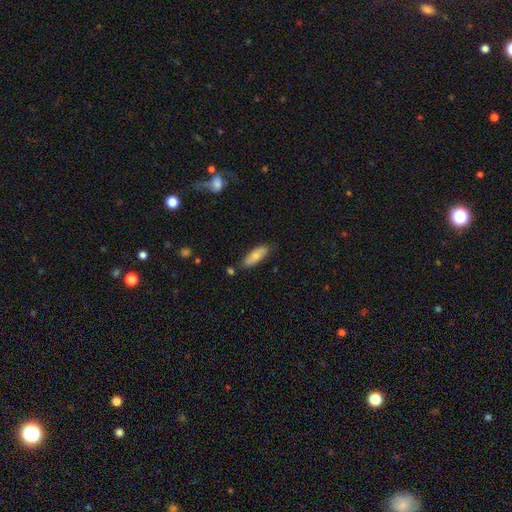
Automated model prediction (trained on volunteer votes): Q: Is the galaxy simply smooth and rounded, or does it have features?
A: smooth — 74%.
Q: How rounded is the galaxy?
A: in between — 72%.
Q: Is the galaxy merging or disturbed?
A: none — 76%.